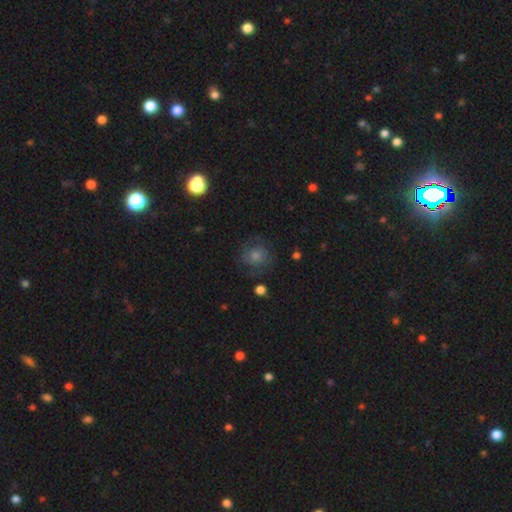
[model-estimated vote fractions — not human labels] smooth-or-featured: smooth: 44% | featured or disk: 34% | star or artifact: 22%
  merging: none: 77% | minor disturbance: 14% | major disturbance: 7% | merger: 2%